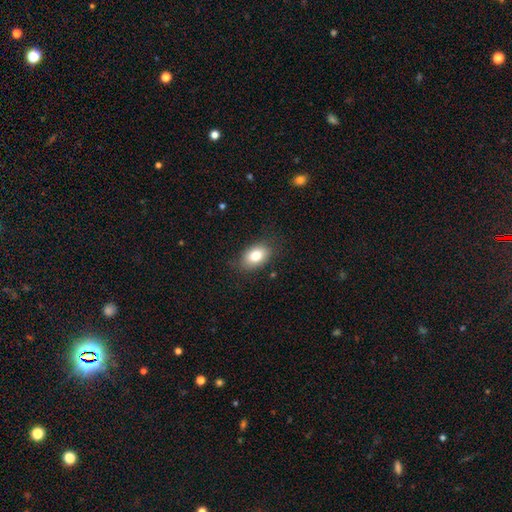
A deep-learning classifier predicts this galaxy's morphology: Q: Smooth or featured?
A: smooth (80%); runner-up: featured or disk (12%)
Q: How rounded?
A: in between (83%); runner-up: round (16%)
Q: Merging?
A: none (81%); runner-up: minor disturbance (14%)